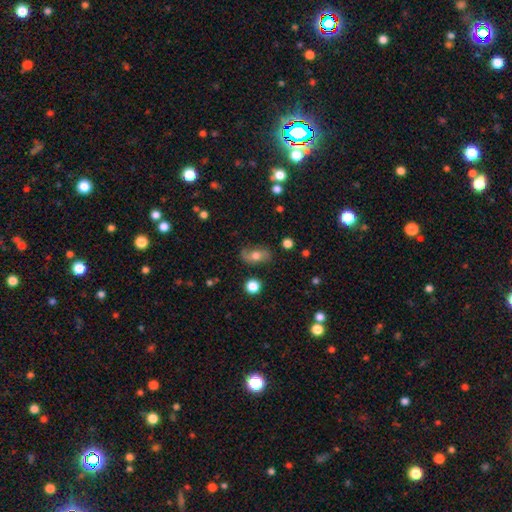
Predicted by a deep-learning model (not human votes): Smooth or featured? Predicted: smooth (p=0.57). How rounded? Predicted: in between (p=0.81). Merging? Predicted: none (p=0.75).